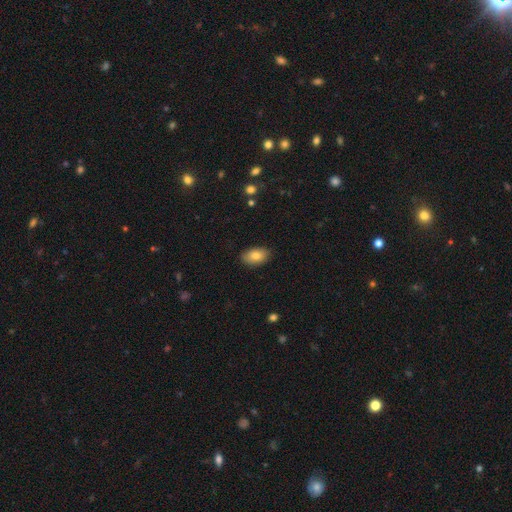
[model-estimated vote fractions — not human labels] Overall: smooth (82%). How rounded: in between (92%). Merging: none (86%).